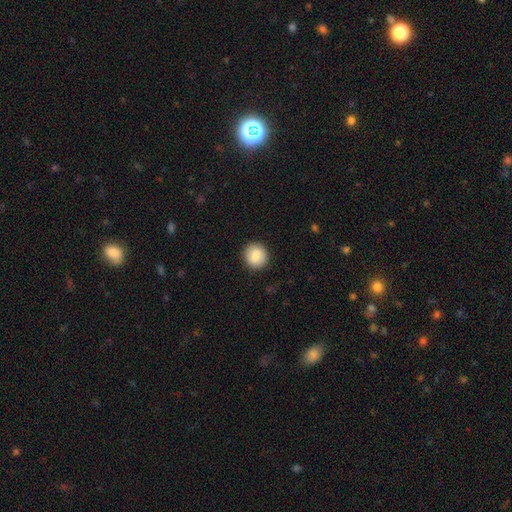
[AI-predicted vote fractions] smooth_or_featured: smooth (p=0.86) [alt: star or artifact p=0.07]
how_rounded: round (p=0.86) [alt: in between p=0.13]
merging: none (p=0.90) [alt: minor disturbance p=0.07]